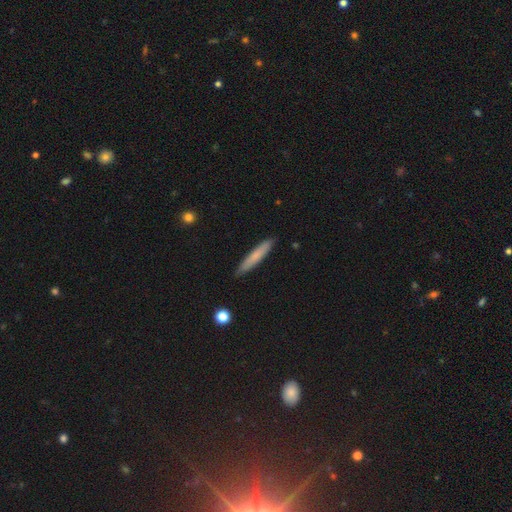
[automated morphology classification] Smooth or featured? smooth (74%)
How rounded? cigar-shaped (93%)
Merging? none (89%)